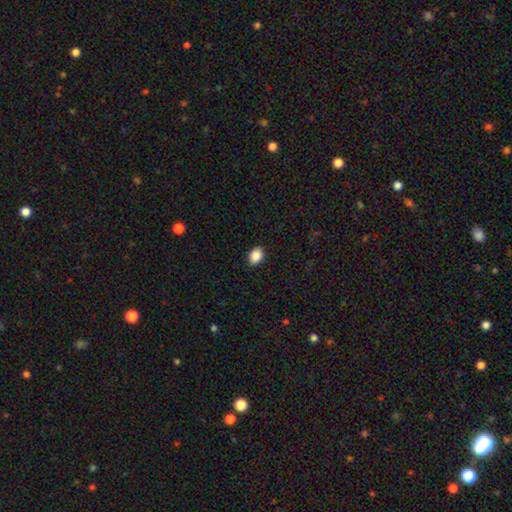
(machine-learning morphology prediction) Q: Smooth or featured?
A: smooth (88%); runner-up: star or artifact (8%)
Q: How rounded?
A: in between (72%); runner-up: round (27%)
Q: Merging?
A: none (90%); runner-up: minor disturbance (7%)